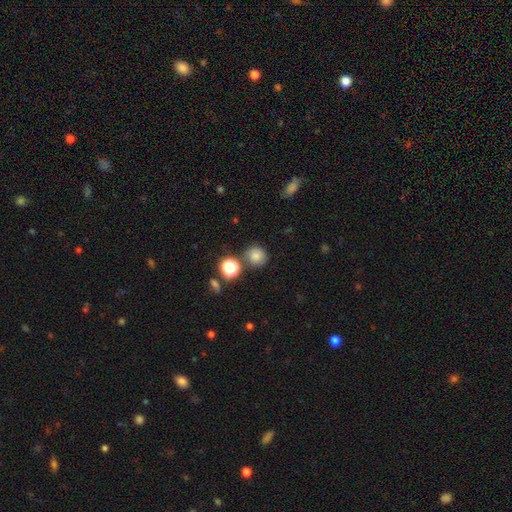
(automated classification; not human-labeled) smooth 77%, star or artifact 15%, featured or disk 7%. Down the decision tree: how rounded — round (89%); merging — none (74%).